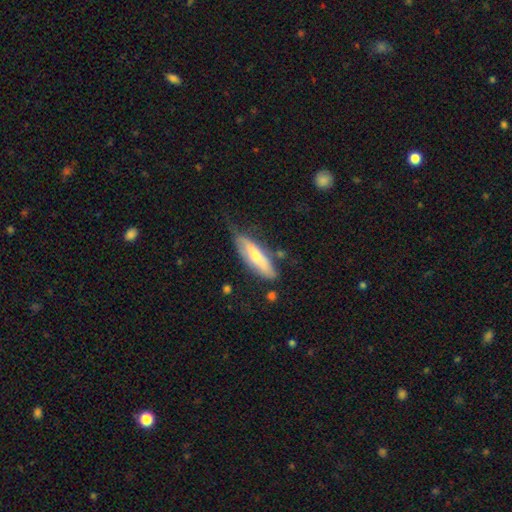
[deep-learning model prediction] A featured or disk galaxy (49%). Merging: none (64%).